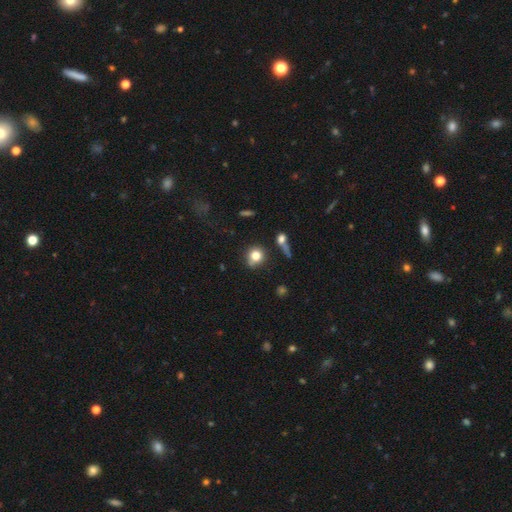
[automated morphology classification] A smooth galaxy with no disk features (78%) that is round (84%).

Vote fractions:
- Smooth or featured? smooth: 78% / star or artifact: 12% / featured or disk: 11%
- How rounded? round: 84% / in between: 14% / cigar-shaped: 2%
- Merging? none: 68% / minor disturbance: 16% / merger: 10% / major disturbance: 6%